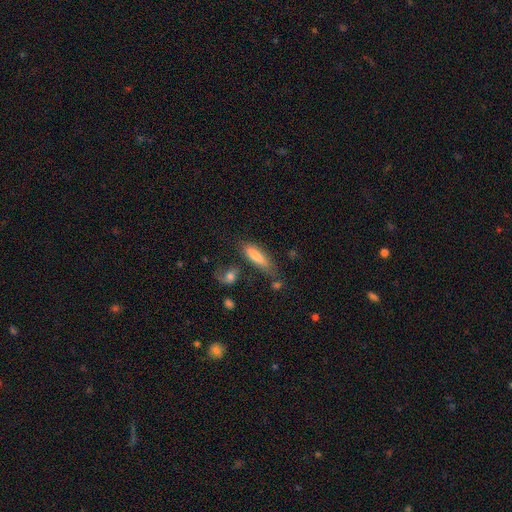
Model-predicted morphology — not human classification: This appears to be a smooth galaxy with no disk features (77%) that is cigar-shaped (64%). Merging: none (55%).